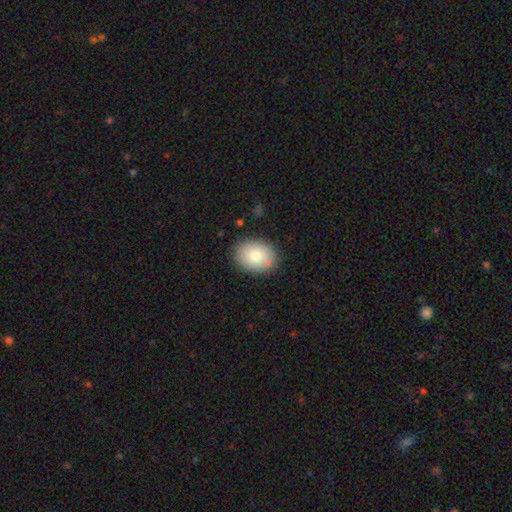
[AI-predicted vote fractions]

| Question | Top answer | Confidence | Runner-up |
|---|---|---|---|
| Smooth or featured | smooth | 82% | featured or disk (11%) |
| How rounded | in between | 72% | round (27%) |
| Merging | none | 84% | minor disturbance (11%) |